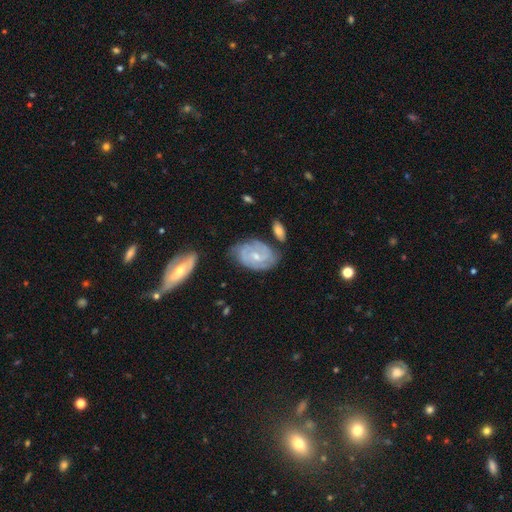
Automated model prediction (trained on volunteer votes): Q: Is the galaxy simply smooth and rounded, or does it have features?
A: featured or disk — 77%.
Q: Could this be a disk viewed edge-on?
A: no — 96%.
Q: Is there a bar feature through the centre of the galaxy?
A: no — 52%.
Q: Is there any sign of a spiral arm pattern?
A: yes — 89%.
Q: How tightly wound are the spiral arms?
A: tight — 57%.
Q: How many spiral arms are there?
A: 2 — 43%.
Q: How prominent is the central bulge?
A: small — 62%.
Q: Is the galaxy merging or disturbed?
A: none — 61%.